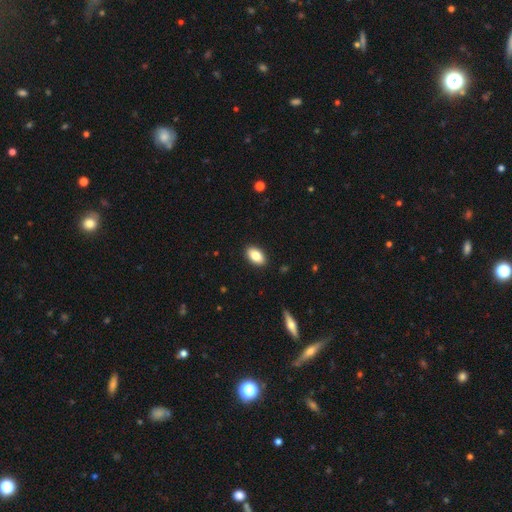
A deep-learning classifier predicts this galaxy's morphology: Smooth or featured?
  - smooth: 84% *
  - featured or disk: 9%
  - star or artifact: 7%
How rounded?
  - in between: 93% *
  - round: 6%
  - cigar-shaped: 2%
Merging?
  - none: 90% *
  - minor disturbance: 8%
  - major disturbance: 2%
  - merger: 1%